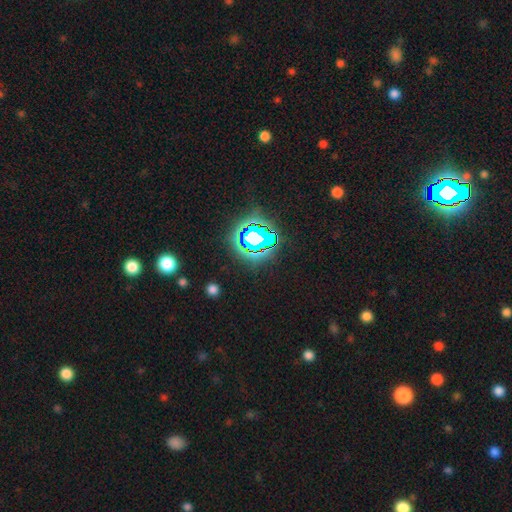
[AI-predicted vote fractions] smooth_or_featured: star or artifact (p=0.82) [alt: smooth p=0.11]